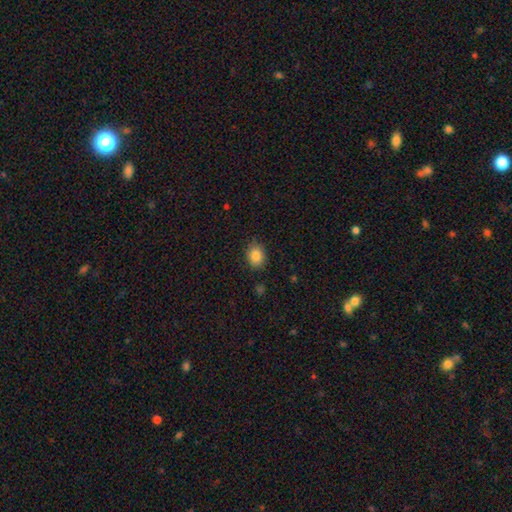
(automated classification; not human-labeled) The model was most divided on "how rounded": in between: 55%, round: 45%, cigar-shaped: 1%. More confident: smooth or featured — smooth (86%); merging — none (85%).